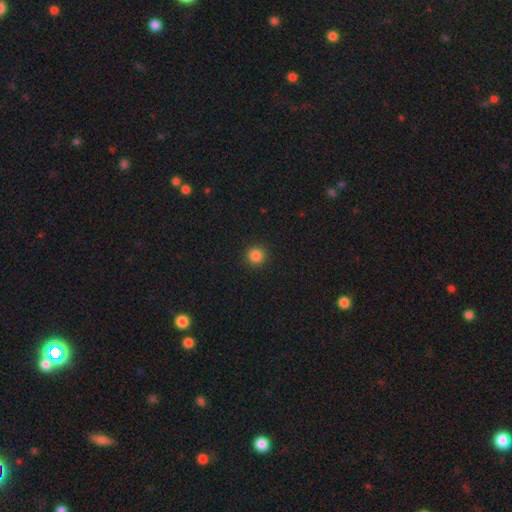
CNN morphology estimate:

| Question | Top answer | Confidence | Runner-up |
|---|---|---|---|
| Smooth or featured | smooth | 85% | star or artifact (12%) |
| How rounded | round | 95% | in between (4%) |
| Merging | none | 92% | minor disturbance (5%) |